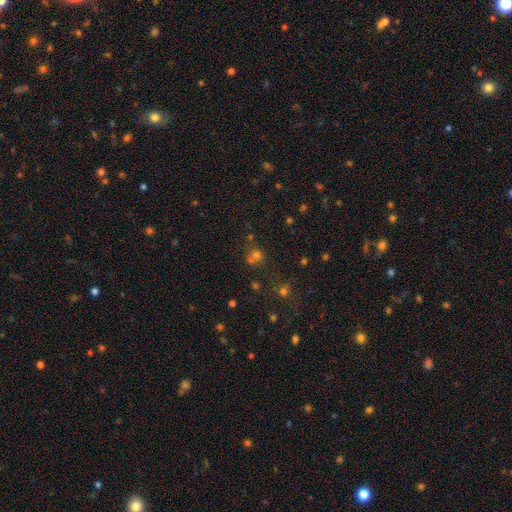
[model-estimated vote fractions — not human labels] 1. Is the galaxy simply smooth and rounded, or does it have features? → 55% smooth, 35% star or artifact, 10% featured or disk.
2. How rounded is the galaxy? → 85% round, 14% in between, 1% cigar-shaped.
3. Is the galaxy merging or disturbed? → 57% none, 30% merger, 9% minor disturbance, 4% major disturbance.